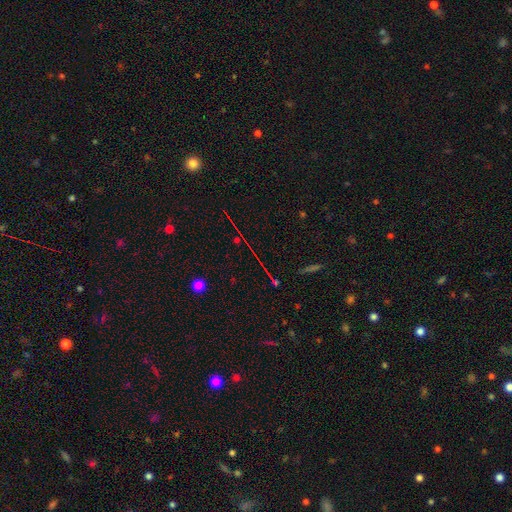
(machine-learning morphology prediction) smooth_or_featured: star or artifact (p=0.70) [alt: featured or disk p=0.16]